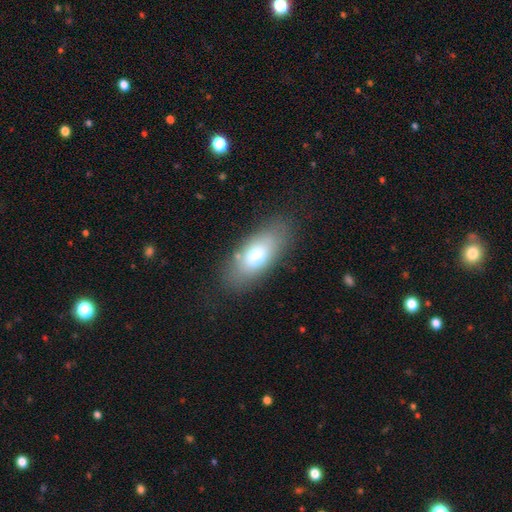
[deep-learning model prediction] Smooth or featured: smooth — 72% (featured or disk — 20%)
How rounded: in between — 86% (cigar-shaped — 10%)
Merging: none — 79% (minor disturbance — 14%)